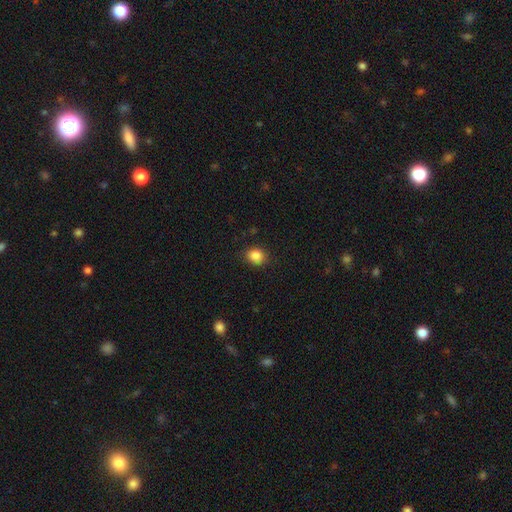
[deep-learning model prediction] Q: Smooth or featured?
A: smooth (86%); runner-up: star or artifact (10%)
Q: How rounded?
A: round (63%); runner-up: in between (36%)
Q: Merging?
A: none (86%); runner-up: minor disturbance (10%)